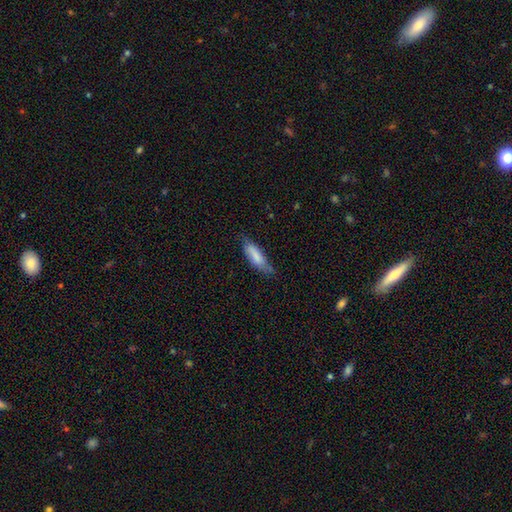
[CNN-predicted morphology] Smooth or featured: smooth — 77% (featured or disk — 16%)
How rounded: in between — 53% (cigar-shaped — 45%)
Merging: none — 57% (minor disturbance — 33%)